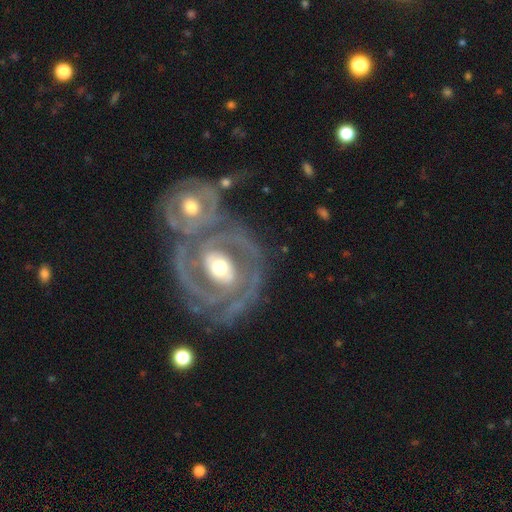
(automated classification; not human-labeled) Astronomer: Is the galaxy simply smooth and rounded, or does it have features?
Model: featured or disk — 90%.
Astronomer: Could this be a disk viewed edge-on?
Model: no — 96%.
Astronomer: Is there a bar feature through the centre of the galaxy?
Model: weak — 36% (runner-up: no, 34%).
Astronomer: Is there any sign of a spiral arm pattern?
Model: yes — 94%.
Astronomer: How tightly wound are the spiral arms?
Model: tight — 71%.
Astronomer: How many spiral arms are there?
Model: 2 — 51%.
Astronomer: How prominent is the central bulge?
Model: moderate — 68%.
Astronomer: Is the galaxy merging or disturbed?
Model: merger — 45% (runner-up: none, 36%).